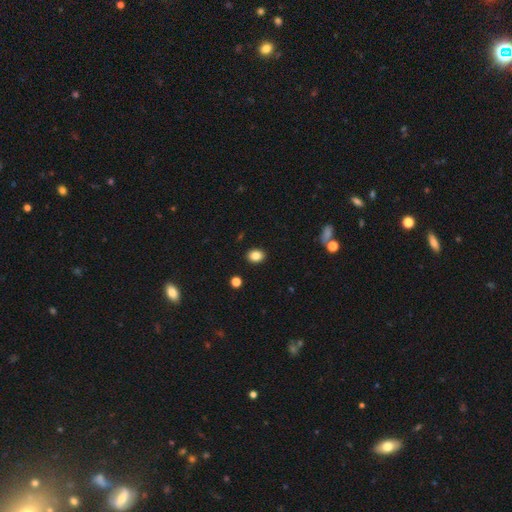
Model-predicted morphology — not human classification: Q: Smooth or featured?
A: smooth (85%); runner-up: star or artifact (10%)
Q: How rounded?
A: in between (60%); runner-up: round (39%)
Q: Merging?
A: none (90%); runner-up: minor disturbance (7%)